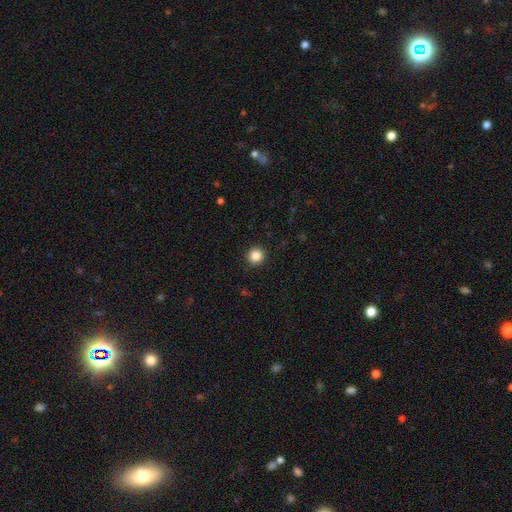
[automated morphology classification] A smooth galaxy with no disk features (86%) that is round (94%).

Vote fractions:
- Smooth or featured? smooth: 86% / star or artifact: 10% / featured or disk: 4%
- How rounded? round: 94% / in between: 5% / cigar-shaped: 1%
- Merging? none: 93% / minor disturbance: 4% / major disturbance: 2% / merger: 1%